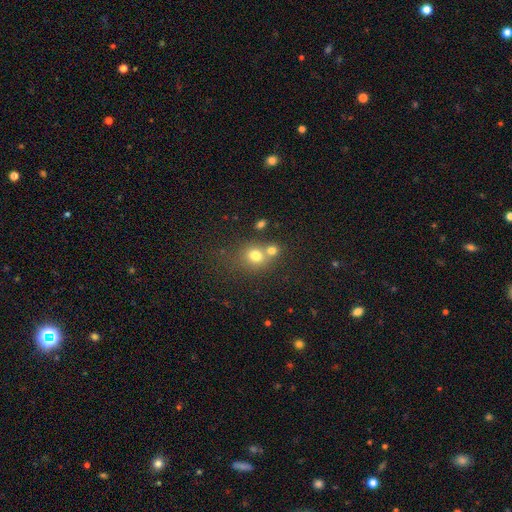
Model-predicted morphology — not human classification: type=smooth (73%); roundness=round (74%); merging=none (45%).